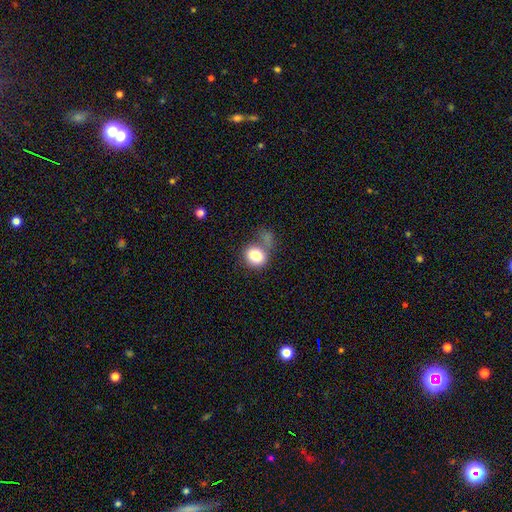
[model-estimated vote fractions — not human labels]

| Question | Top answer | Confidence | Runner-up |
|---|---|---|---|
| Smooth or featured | smooth | 82% | featured or disk (9%) |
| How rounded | round | 66% | in between (33%) |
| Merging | none | 47% | minor disturbance (20%) |